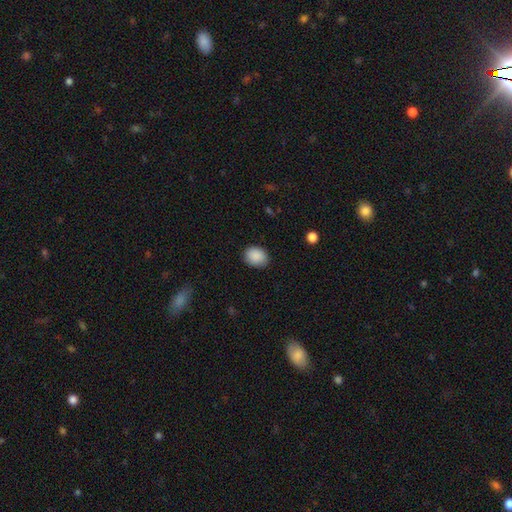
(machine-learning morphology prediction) smooth_or_featured: smooth (p=0.89) [alt: star or artifact p=0.08]
how_rounded: round (p=0.51) [alt: in between p=0.48]
merging: none (p=0.84) [alt: minor disturbance p=0.12]